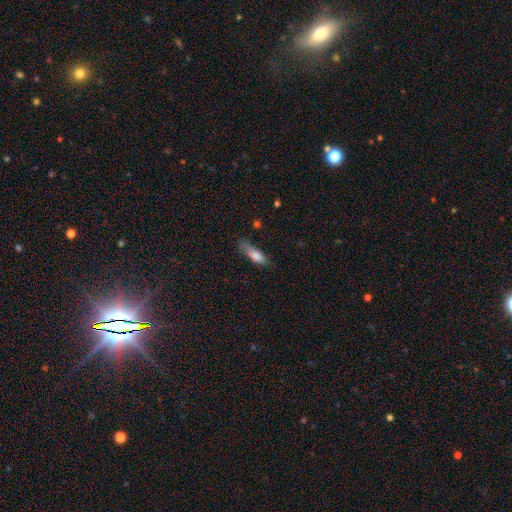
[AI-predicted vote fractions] smooth 76%, featured or disk 15%, star or artifact 9%. Down the decision tree: how rounded — cigar-shaped (50%); merging — none (47%).